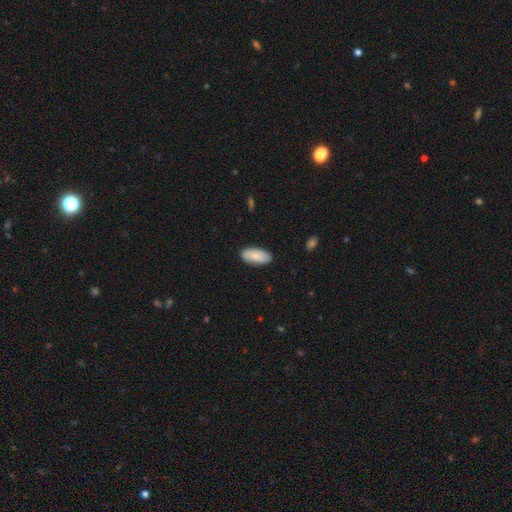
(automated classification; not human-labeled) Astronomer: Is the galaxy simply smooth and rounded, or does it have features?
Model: smooth — 82%.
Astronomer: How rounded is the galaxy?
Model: in between — 91%.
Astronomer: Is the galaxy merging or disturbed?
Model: none — 87%.